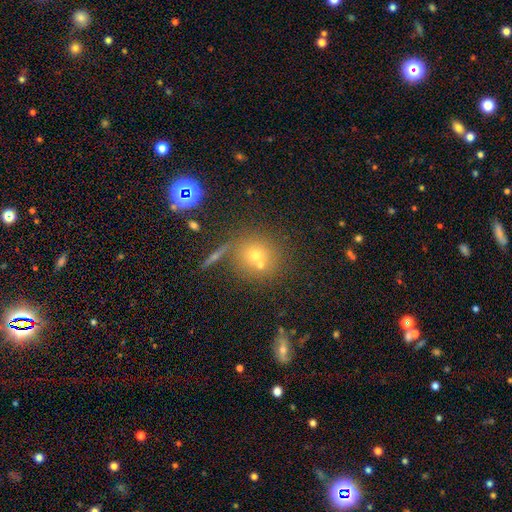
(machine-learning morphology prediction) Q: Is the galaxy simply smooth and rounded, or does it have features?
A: smooth — 58%.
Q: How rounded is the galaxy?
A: round — 88%.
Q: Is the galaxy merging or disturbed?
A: none — 60%.